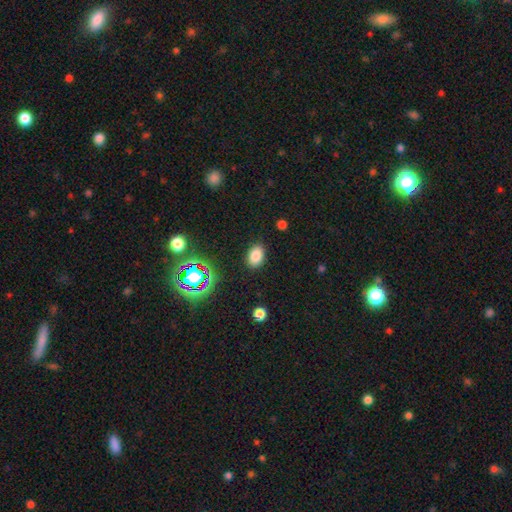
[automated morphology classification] smooth_or_featured: smooth (p=0.82) [alt: star or artifact p=0.12]
how_rounded: in between (p=0.85) [alt: round p=0.13]
merging: none (p=0.85) [alt: minor disturbance p=0.10]